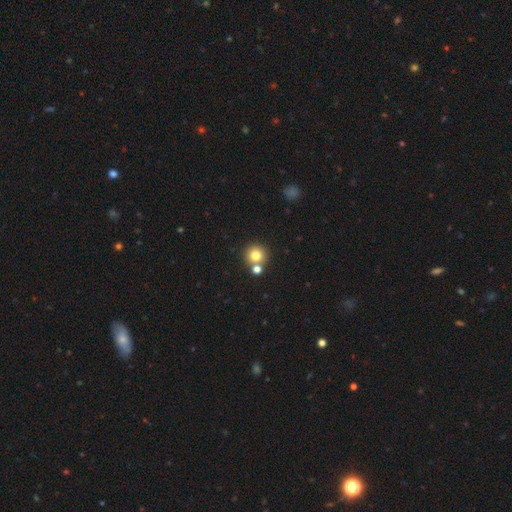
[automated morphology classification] The model was most divided on "merging": none: 67%, merger: 24%, minor disturbance: 7%, major disturbance: 2%. More confident: how rounded — round (92%); smooth or featured — smooth (79%).